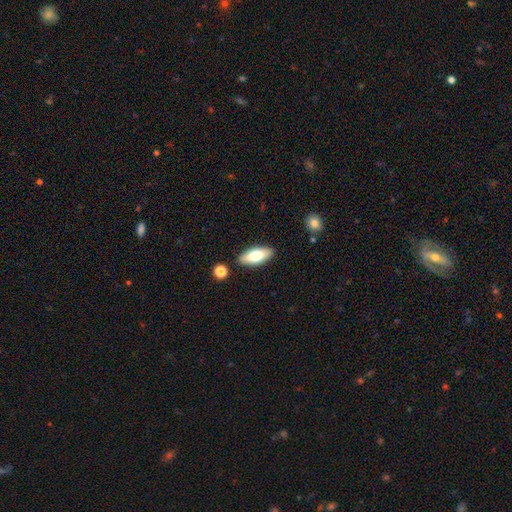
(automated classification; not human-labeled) A smooth galaxy with no disk features (71%) that is in between round and cigar-shaped (80%). Merging: none (86%).